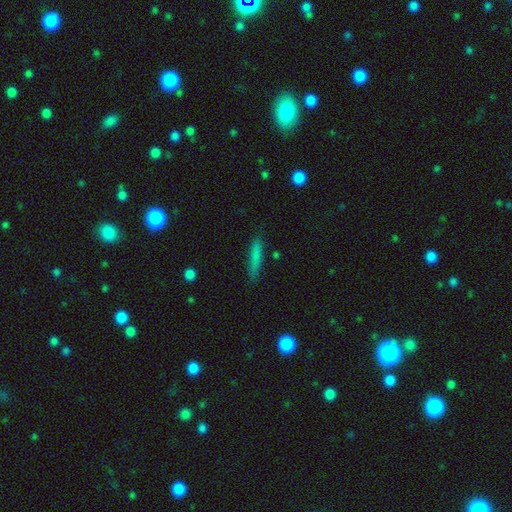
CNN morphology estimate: smooth_or_featured: smooth (p=0.77) [alt: featured or disk p=0.15]
how_rounded: cigar-shaped (p=0.89) [alt: in between p=0.10]
merging: none (p=0.84) [alt: minor disturbance p=0.12]